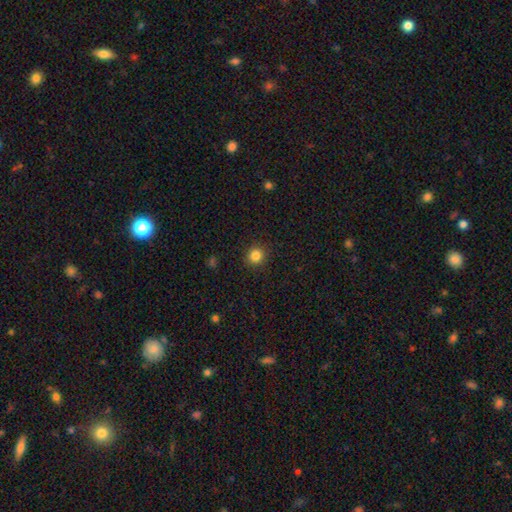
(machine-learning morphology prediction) Smooth or featured? smooth (84%)
How rounded? round (91%)
Merging? none (91%)